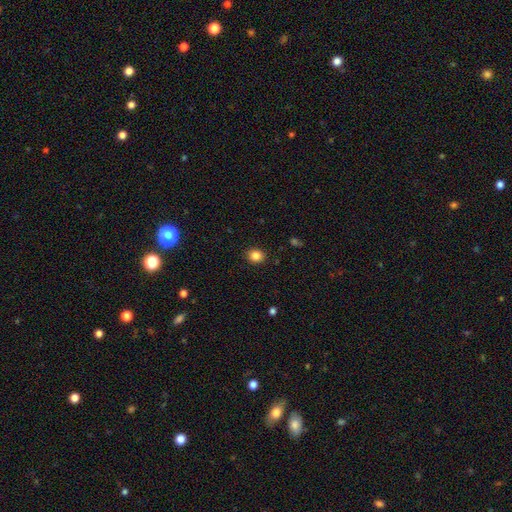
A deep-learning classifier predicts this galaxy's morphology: Q: Smooth or featured?
A: smooth (85%); runner-up: star or artifact (11%)
Q: How rounded?
A: round (71%); runner-up: in between (28%)
Q: Merging?
A: none (90%); runner-up: minor disturbance (7%)